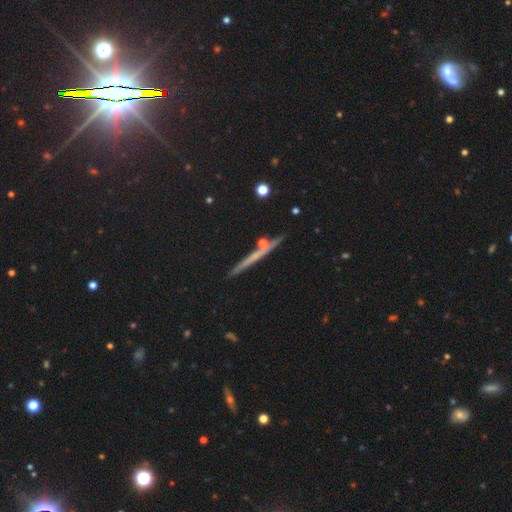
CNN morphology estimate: Smooth or featured: featured or disk — 54% (smooth — 32%)
Edge-on disk: yes — 96% (no — 4%)
Edge-on bulge: none — 71% (rounded — 23%)
Merging: none — 84% (minor disturbance — 9%)